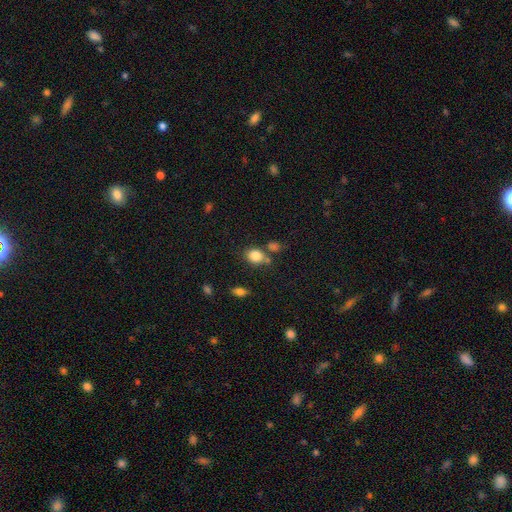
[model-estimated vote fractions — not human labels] A smooth galaxy with no disk features (83%) that is round (57%). Merging: none (62%).